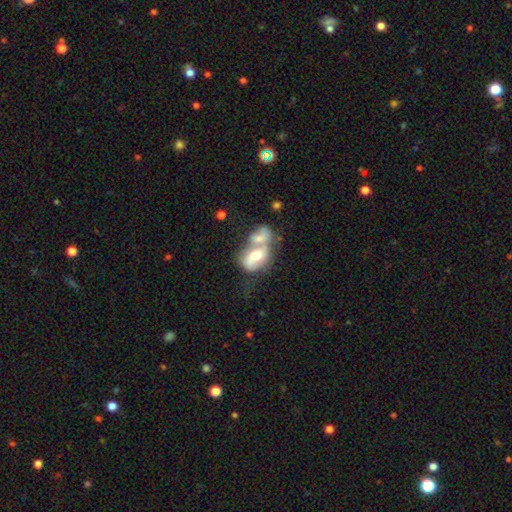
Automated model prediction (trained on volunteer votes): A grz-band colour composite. It shows a smooth galaxy with no disk features (50%). Merging: merger (73%).